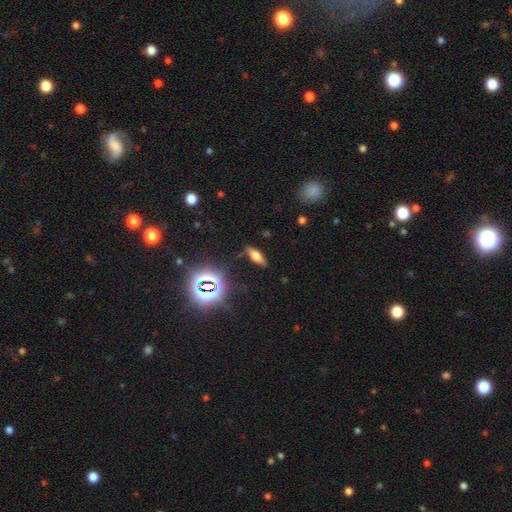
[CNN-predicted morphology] type=smooth (53%); roundness=in between (57%); merging=none (83%).